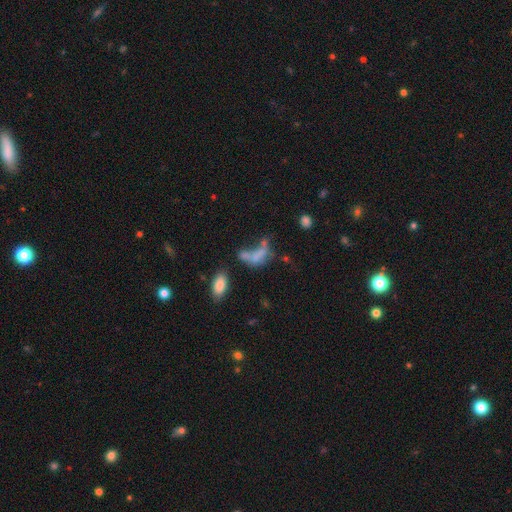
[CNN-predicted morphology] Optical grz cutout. It shows a smooth galaxy with no disk features (55%) that is in between round and cigar-shaped (75%). Merging: merger (40%).